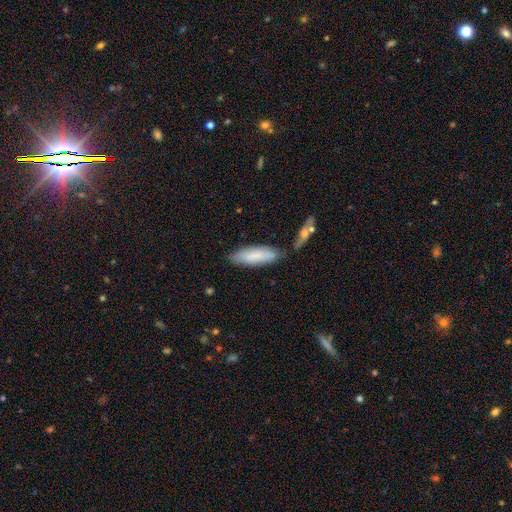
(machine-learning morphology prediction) smooth_or_featured: smooth (p=0.79) [alt: featured or disk p=0.15]
how_rounded: in between (p=0.50) [alt: cigar-shaped p=0.49]
merging: none (p=0.72) [alt: minor disturbance p=0.17]